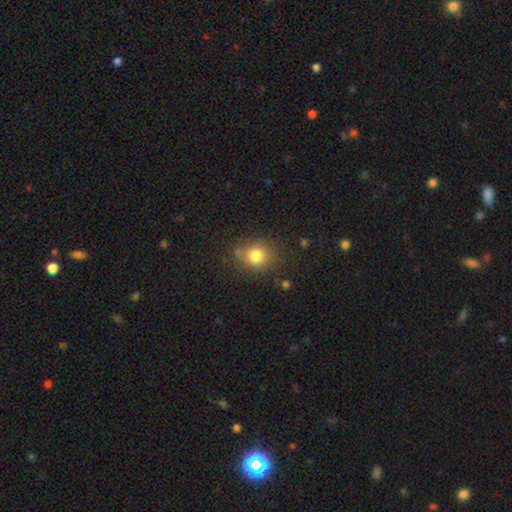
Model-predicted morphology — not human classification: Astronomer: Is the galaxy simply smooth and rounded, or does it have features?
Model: smooth — 80%.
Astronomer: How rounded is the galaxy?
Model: round — 78%.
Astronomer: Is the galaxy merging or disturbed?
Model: none — 75%.